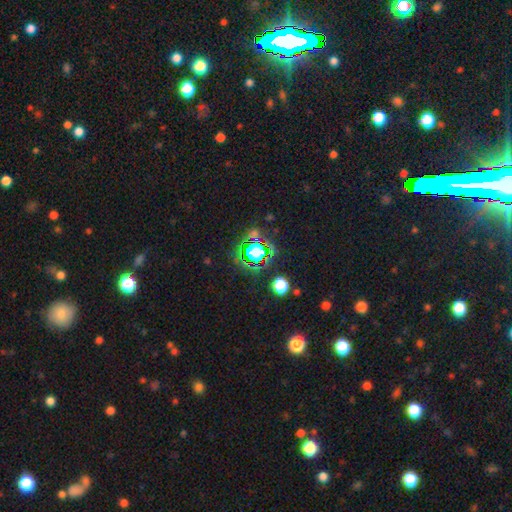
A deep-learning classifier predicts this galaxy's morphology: Smooth or featured? Predicted: star or artifact (p=0.79).